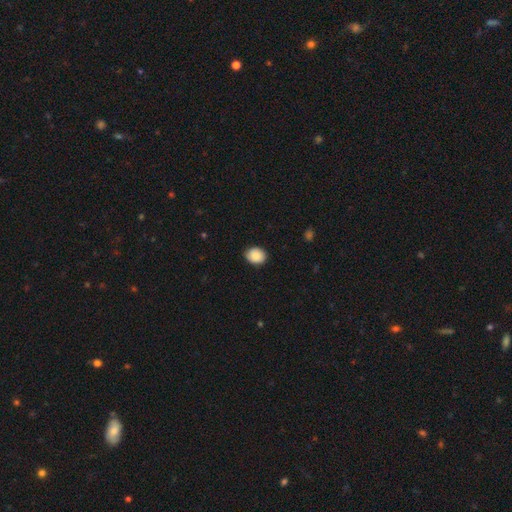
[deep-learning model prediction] This is clearly a smooth galaxy (89%). How rounded: possibly round (55%). Merging: clearly none (88%).